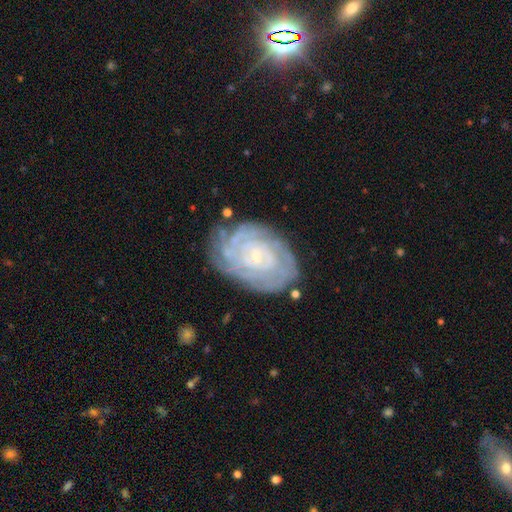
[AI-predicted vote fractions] Smooth or featured? featured or disk (85%)
Edge-on disk? no (97%)
Bar? no (66%)
Spiral arms? yes (96%)
Spiral winding? tight (81%)
Spiral arm count? can't tell (35%)
Bulge size? small (81%)
Merging? none (74%)